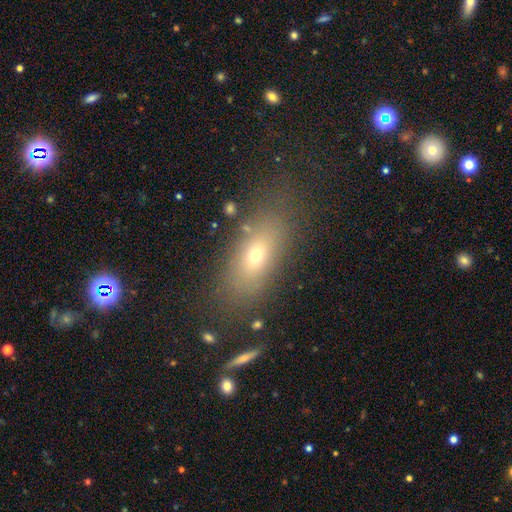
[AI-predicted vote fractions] smooth 64%, featured or disk 21%, star or artifact 15%. Down the decision tree: how rounded — in between (76%); merging — none (75%).